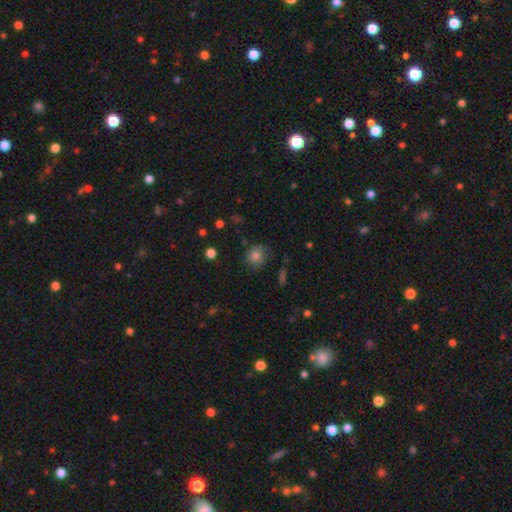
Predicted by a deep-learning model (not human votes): A smooth galaxy with no disk features (78%) that is round (78%). Merging: none (63%).